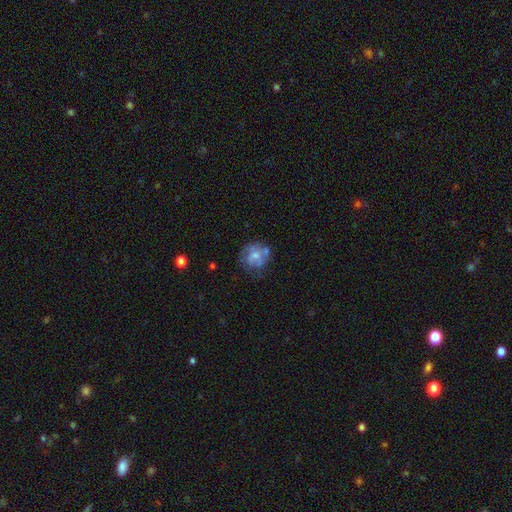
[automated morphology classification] featured or disk 47%, smooth 44%, star or artifact 9%. Down the decision tree: merging — none (47%).